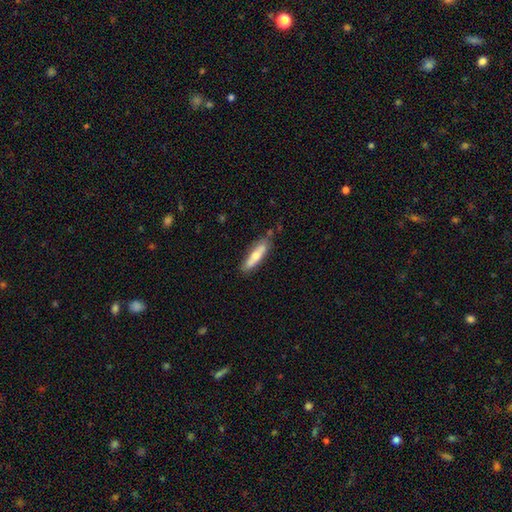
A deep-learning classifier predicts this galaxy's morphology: This is possibly a smooth galaxy (58%). How rounded: likely cigar-shaped (69%). Merging: likely none (75%).